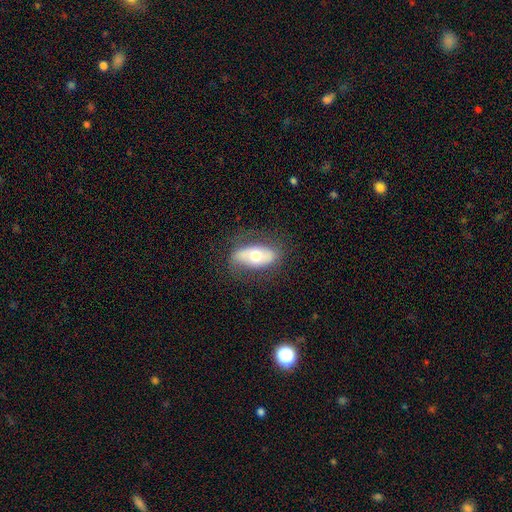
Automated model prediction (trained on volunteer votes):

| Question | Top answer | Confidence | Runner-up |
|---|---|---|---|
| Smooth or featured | smooth | 53% | featured or disk (40%) |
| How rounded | in between | 89% | cigar-shaped (6%) |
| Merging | none | 76% | minor disturbance (16%) |